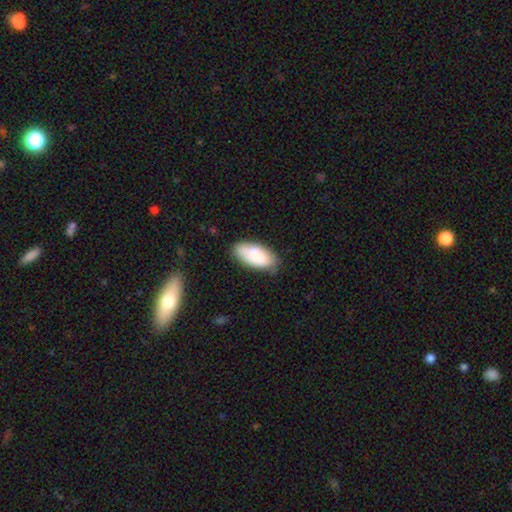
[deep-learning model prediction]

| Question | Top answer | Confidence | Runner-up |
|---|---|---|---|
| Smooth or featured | smooth | 82% | featured or disk (11%) |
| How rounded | in between | 91% | cigar-shaped (7%) |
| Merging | none | 69% | minor disturbance (23%) |